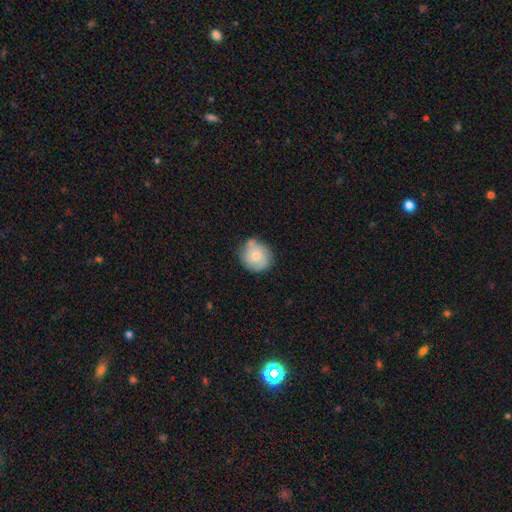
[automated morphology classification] The model was most divided on "smooth or featured": smooth: 65%, featured or disk: 28%, star or artifact: 8%. More confident: how rounded — round (87%); merging — none (67%).